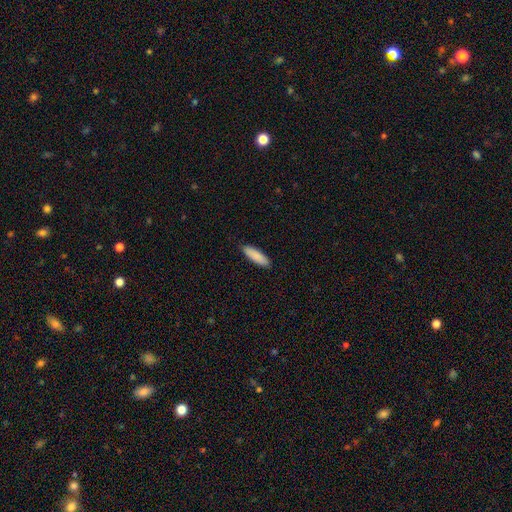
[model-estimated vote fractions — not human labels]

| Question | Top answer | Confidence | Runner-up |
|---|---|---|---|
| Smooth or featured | smooth | 89% | star or artifact (6%) |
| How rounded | cigar-shaped | 53% | in between (45%) |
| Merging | none | 89% | minor disturbance (9%) |